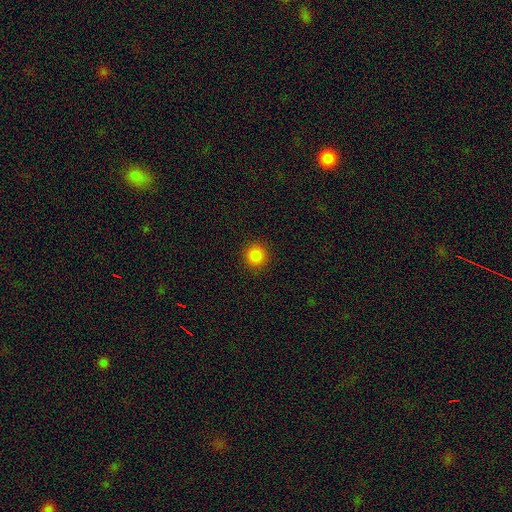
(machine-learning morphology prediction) smooth 86%, star or artifact 12%, featured or disk 3%. Down the decision tree: how rounded — round (94%); merging — none (92%).